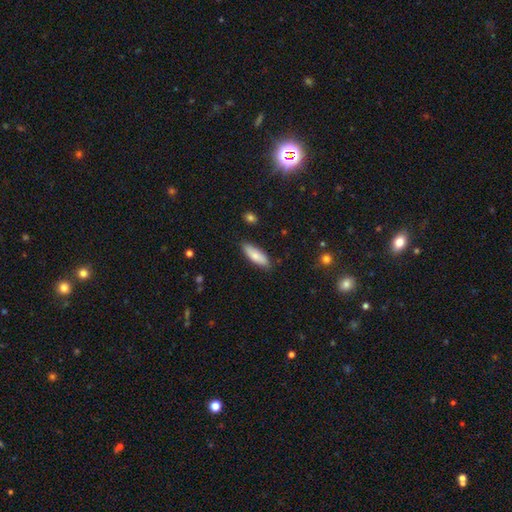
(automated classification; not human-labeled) smooth-or-featured: smooth: 80% | featured or disk: 14% | star or artifact: 6%
  how-rounded: in between: 61% | cigar-shaped: 38% | round: 2%
  merging: none: 84% | minor disturbance: 12% | major disturbance: 2% | merger: 1%